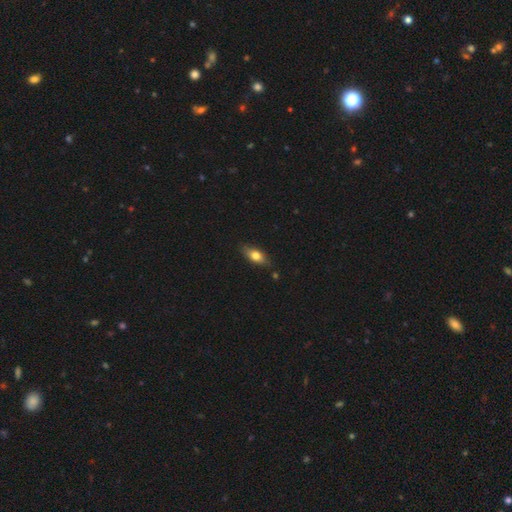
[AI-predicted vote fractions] smooth 71%, featured or disk 22%, star or artifact 7%. Down the decision tree: how rounded — in between (78%); merging — none (81%).